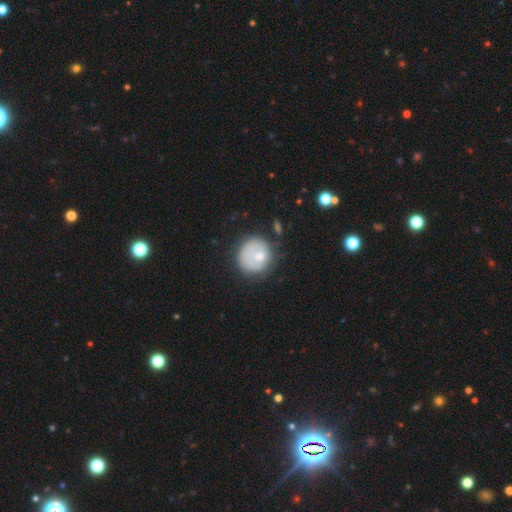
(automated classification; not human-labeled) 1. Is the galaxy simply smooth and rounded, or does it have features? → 63% smooth, 30% featured or disk, 7% star or artifact.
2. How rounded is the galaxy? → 82% round, 17% in between, 1% cigar-shaped.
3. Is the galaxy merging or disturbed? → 56% none, 24% minor disturbance, 14% major disturbance, 5% merger.